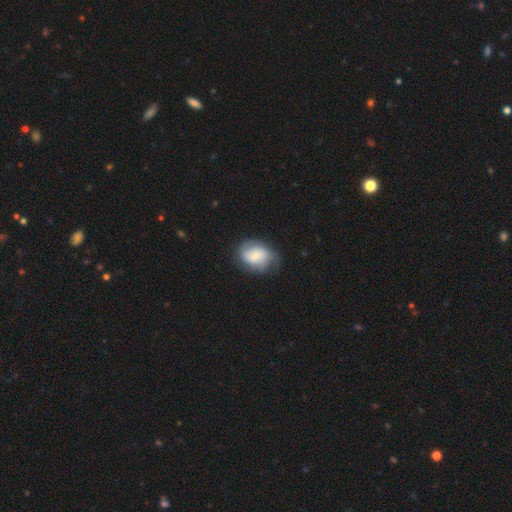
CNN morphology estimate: smooth_or_featured: featured or disk (p=0.48) [alt: smooth p=0.45]
merging: none (p=0.55) [alt: minor disturbance p=0.29]